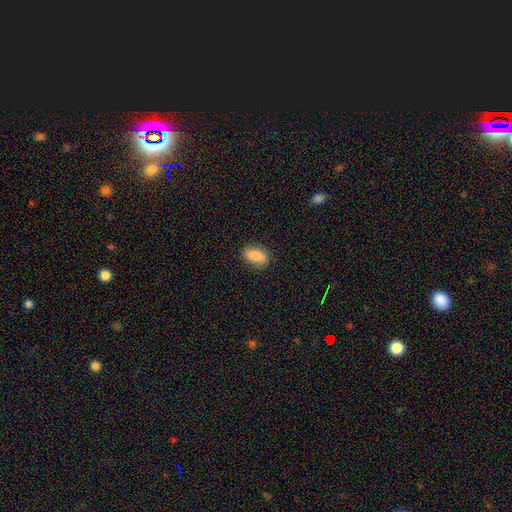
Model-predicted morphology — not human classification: Smooth or featured?
  - smooth: 88% *
  - star or artifact: 7%
  - featured or disk: 5%
How rounded?
  - in between: 88% *
  - cigar-shaped: 7%
  - round: 5%
Merging?
  - none: 85% *
  - minor disturbance: 12%
  - major disturbance: 3%
  - merger: 1%